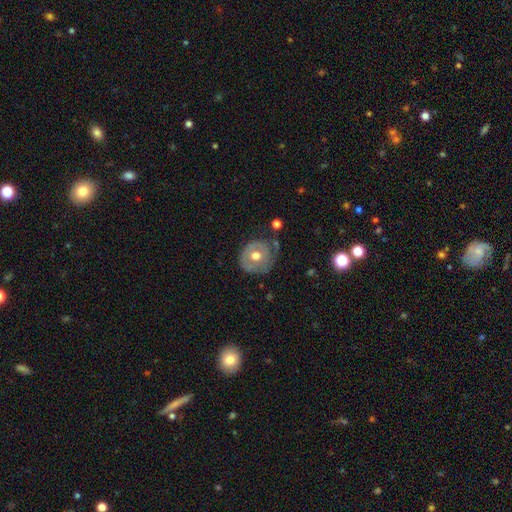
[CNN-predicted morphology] Overall: smooth (50%; featured or disk 44%). Merging: none (60%; minor disturbance 26%).